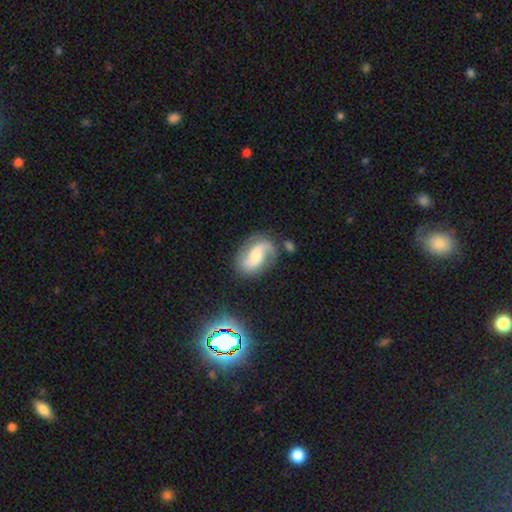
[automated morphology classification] smooth_or_featured: featured or disk (p=0.76) [alt: smooth p=0.17]
disk_edge_on: no (p=0.97) [alt: yes p=0.03]
bar: no (p=0.43) [alt: weak p=0.42]
has_spiral_arms: yes (p=0.95) [alt: no p=0.05]
spiral_winding: medium (p=0.44) [alt: loose p=0.41]
spiral_arm_count: 2 (p=0.88) [alt: 1 p=0.04]
bulge_size: moderate (p=0.46) [alt: small p=0.30]
merging: none (p=0.71) [alt: minor disturbance p=0.17]